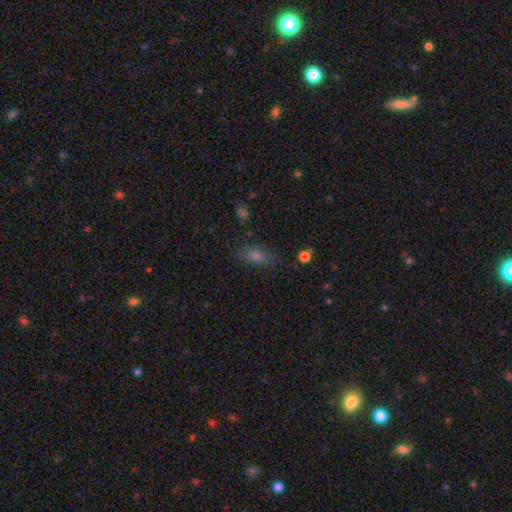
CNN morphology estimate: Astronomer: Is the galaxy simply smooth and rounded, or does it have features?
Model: smooth — 62%.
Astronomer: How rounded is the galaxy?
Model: in between — 74%.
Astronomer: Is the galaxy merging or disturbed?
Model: none — 78%.